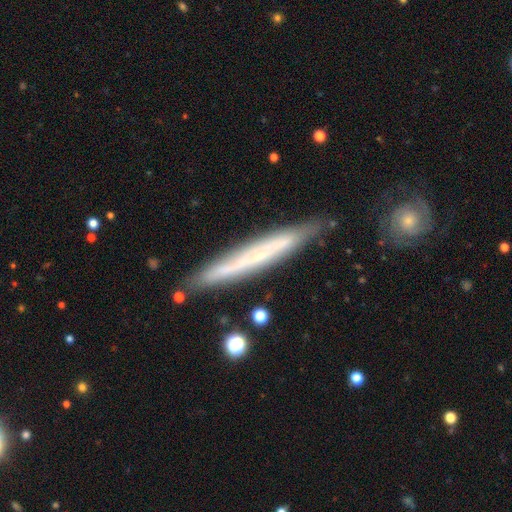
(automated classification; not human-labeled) featured or disk 52%, smooth 41%, star or artifact 7%. Down the decision tree: edge-on disk — yes (90%); merging — none (83%).